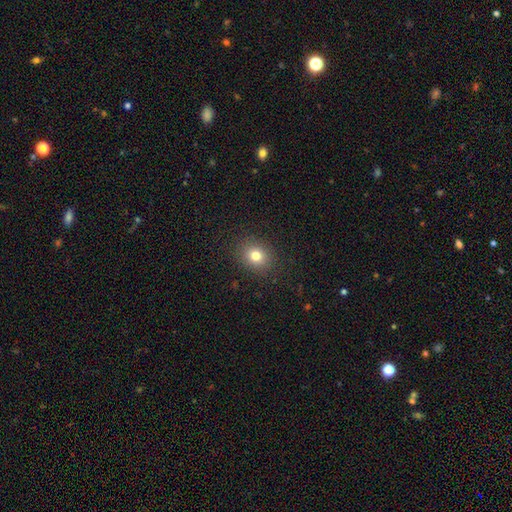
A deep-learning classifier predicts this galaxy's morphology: smooth-or-featured: smooth: 79% | star or artifact: 13% | featured or disk: 8%
  how-rounded: round: 68% | in between: 31% | cigar-shaped: 1%
  merging: none: 89% | minor disturbance: 8% | major disturbance: 3% | merger: 1%